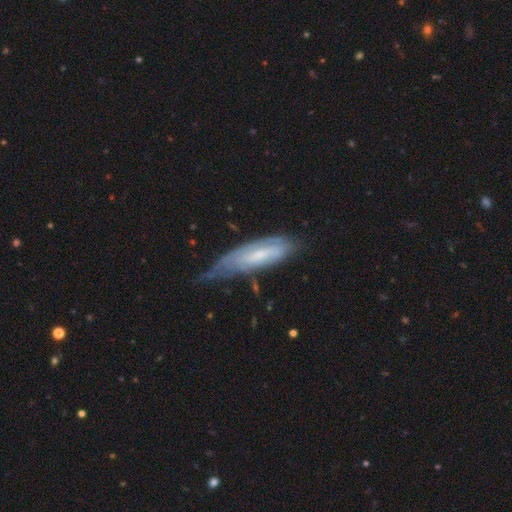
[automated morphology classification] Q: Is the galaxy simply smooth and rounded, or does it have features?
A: featured or disk — 52%.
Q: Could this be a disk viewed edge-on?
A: no — 65%.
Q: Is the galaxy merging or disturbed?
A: none — 43%.